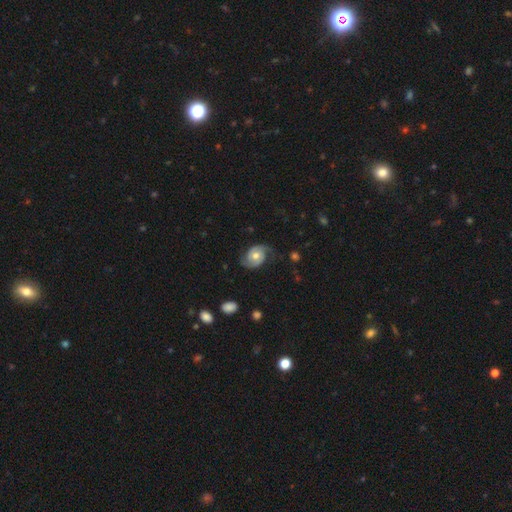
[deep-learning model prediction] Smooth or featured? Predicted: featured or disk (p=0.81). Edge-on disk? Predicted: no (p=0.97). Bar? Predicted: no (p=0.72). Spiral arms? Predicted: yes (p=0.95). Spiral winding? Predicted: medium (p=0.46). Spiral arm count? Predicted: 2 (p=0.91). Bulge size? Predicted: moderate (p=0.73). Merging? Predicted: none (p=0.72).